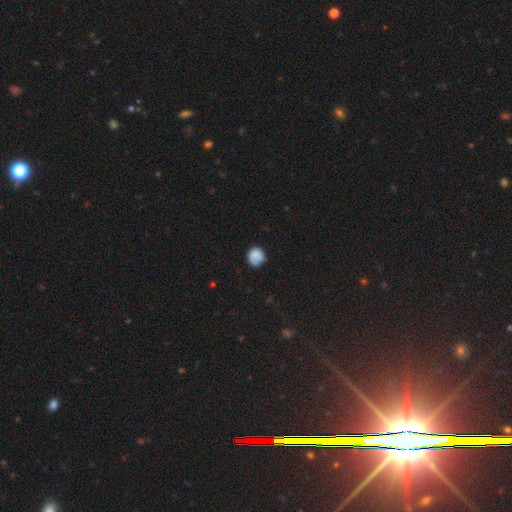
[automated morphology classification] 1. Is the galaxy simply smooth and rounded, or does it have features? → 79% smooth, 12% featured or disk, 9% star or artifact.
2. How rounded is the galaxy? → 84% round, 16% in between, 1% cigar-shaped.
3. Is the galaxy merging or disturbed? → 66% none, 24% minor disturbance, 7% major disturbance, 3% merger.